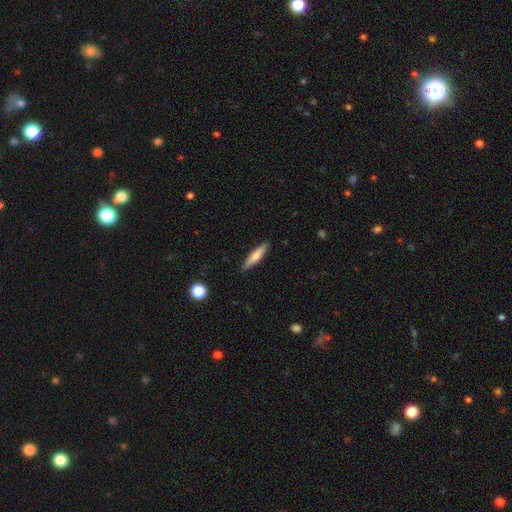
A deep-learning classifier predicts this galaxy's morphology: smooth_or_featured: smooth (p=0.61) [alt: featured or disk p=0.33]
how_rounded: cigar-shaped (p=0.86) [alt: in between p=0.13]
merging: none (p=0.90) [alt: minor disturbance p=0.08]